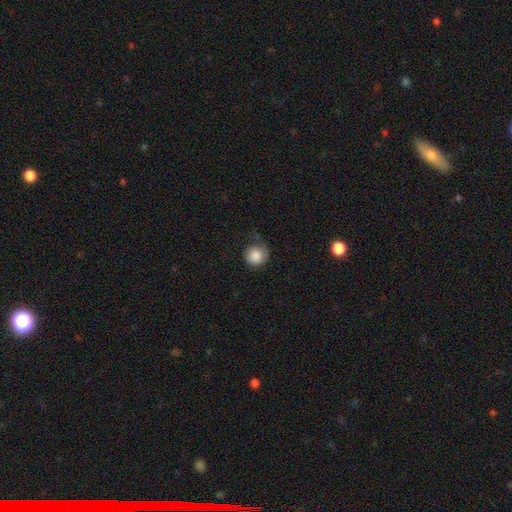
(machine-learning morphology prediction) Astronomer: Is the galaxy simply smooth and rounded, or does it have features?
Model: smooth — 85%.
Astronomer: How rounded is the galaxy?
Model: round — 90%.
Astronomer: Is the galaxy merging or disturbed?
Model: none — 54%.